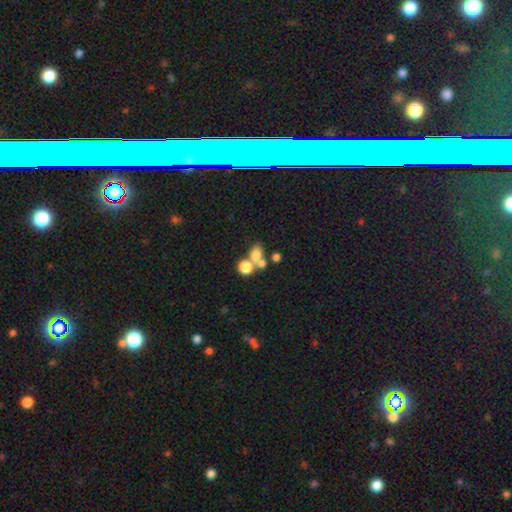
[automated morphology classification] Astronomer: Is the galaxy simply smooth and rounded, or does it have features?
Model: smooth — 69%.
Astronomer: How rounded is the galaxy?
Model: round — 55% (runner-up: in between, 43%).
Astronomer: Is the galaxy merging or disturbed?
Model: merger — 51% (runner-up: none, 35%).